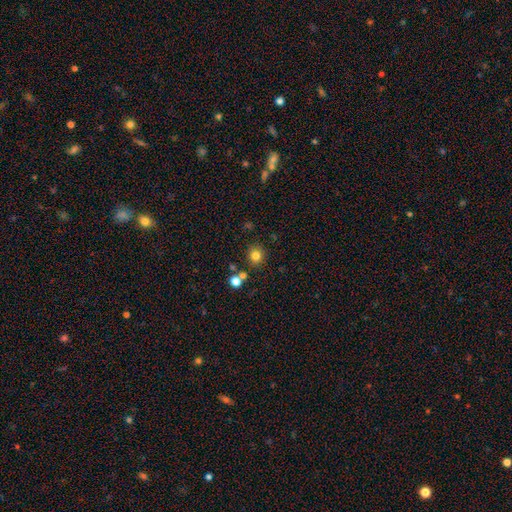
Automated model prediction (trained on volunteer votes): This is clearly a smooth galaxy (80%). How rounded: clearly round (83%). Merging: clearly none (81%).